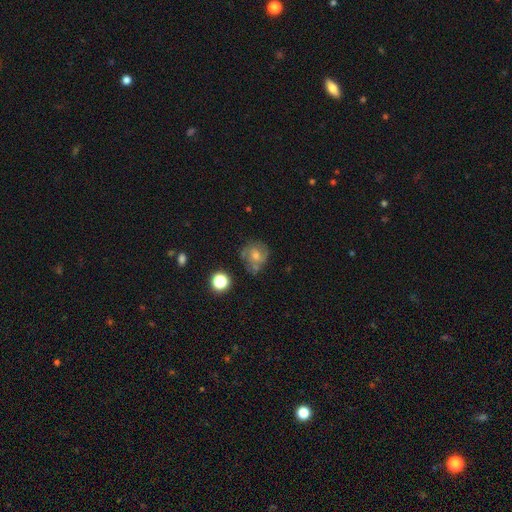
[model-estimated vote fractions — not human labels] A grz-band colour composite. It shows a smooth galaxy with no disk features (45%). Merging: none (65%).